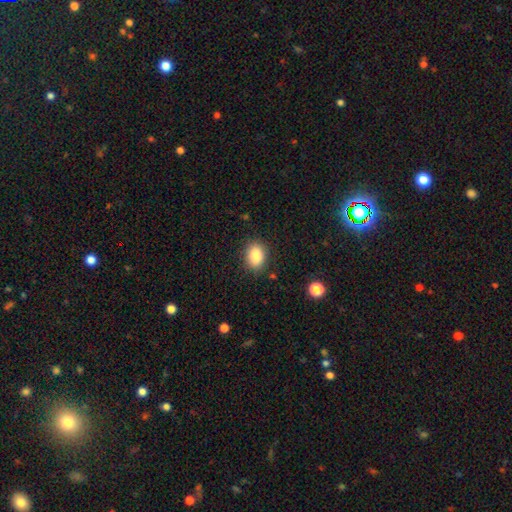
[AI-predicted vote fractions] Smooth or featured? Predicted: smooth (p=0.86). How rounded? Predicted: in between (p=0.70). Merging? Predicted: none (p=0.86).